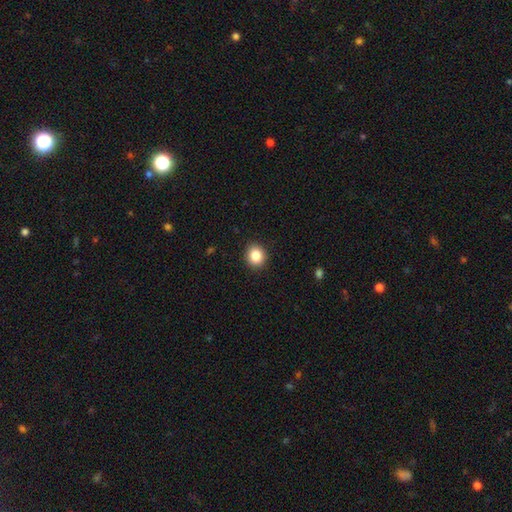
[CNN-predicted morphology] smooth_or_featured: smooth (p=0.86) [alt: star or artifact p=0.10]
how_rounded: round (p=0.79) [alt: in between p=0.20]
merging: none (p=0.91) [alt: minor disturbance p=0.06]